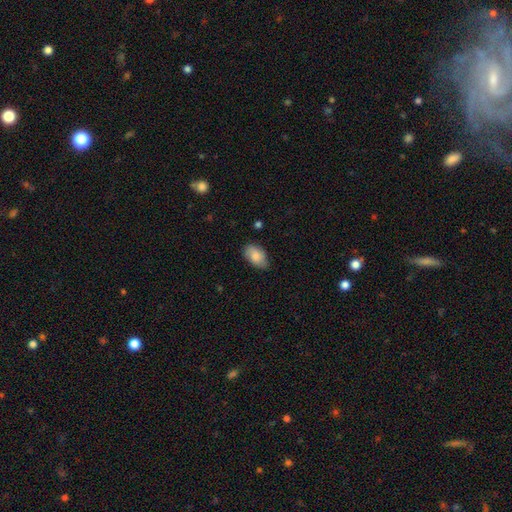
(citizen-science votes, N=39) smooth-or-featured: smooth: 87% | star or artifact: 8% | featured or disk: 5%
  how-rounded: in between: 97% | round: 3% | cigar-shaped: 0%
  merging: none: 58% | minor disturbance: 36% | major disturbance: 3% | merger: 3%